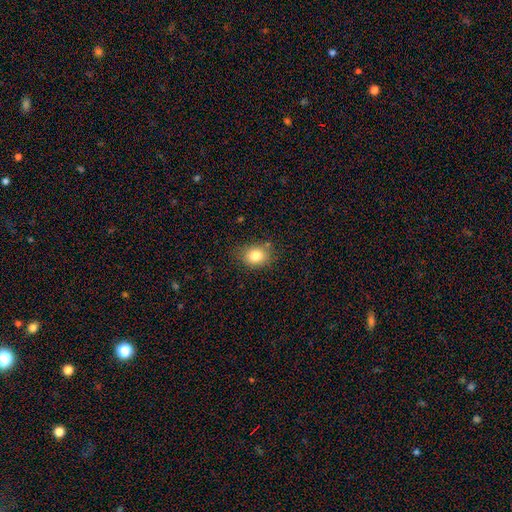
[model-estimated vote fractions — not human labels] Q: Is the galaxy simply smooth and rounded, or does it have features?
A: smooth — 82%.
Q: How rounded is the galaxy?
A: in between — 50%.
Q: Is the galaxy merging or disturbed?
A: none — 78%.